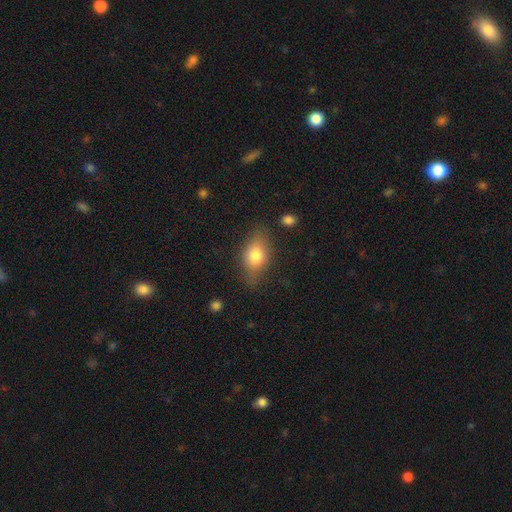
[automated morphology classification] This appears to be a smooth galaxy with no disk features (78%) that is in between round and cigar-shaped (83%). Merging: none (71%).